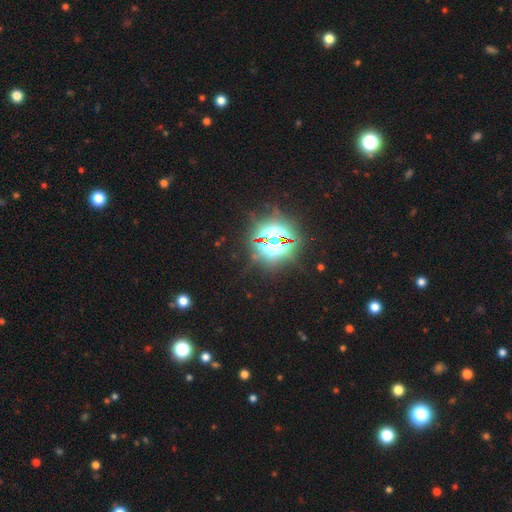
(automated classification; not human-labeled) The model was most divided on "smooth or featured": star or artifact: 85%, smooth: 9%, featured or disk: 6%.